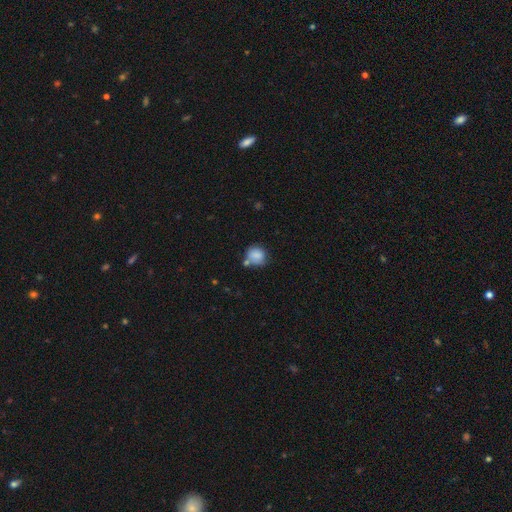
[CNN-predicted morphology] Smooth or featured: smooth — 83% (star or artifact — 9%)
How rounded: round — 76% (in between — 23%)
Merging: none — 56% (minor disturbance — 20%)